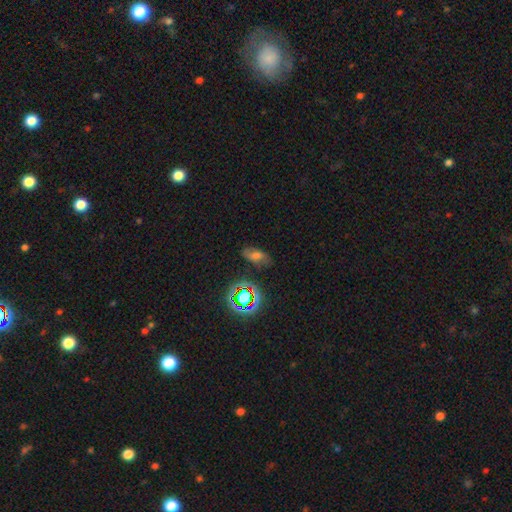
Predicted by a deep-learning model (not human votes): Smooth or featured? smooth (50%)
Merging? none (74%)